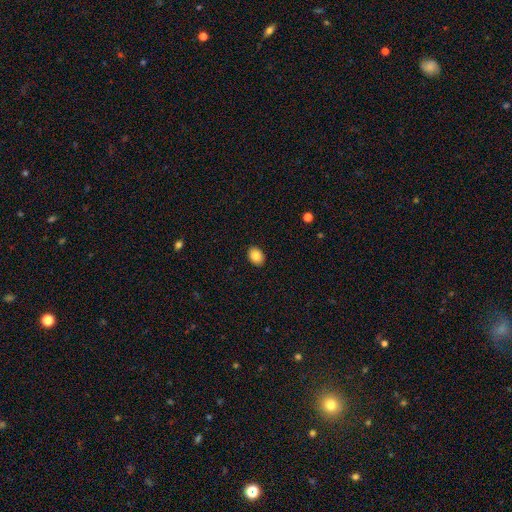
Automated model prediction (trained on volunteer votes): smooth 85%, star or artifact 8%, featured or disk 7%. Down the decision tree: how rounded — in between (72%); merging — none (91%).